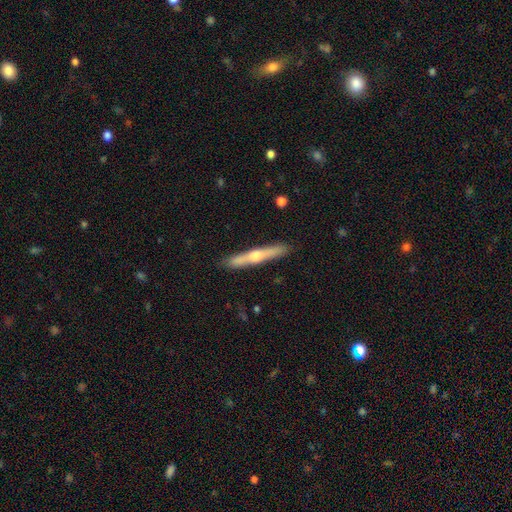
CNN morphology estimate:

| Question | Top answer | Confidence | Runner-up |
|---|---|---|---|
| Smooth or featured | featured or disk | 59% | smooth (36%) |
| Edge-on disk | yes | 96% | no (4%) |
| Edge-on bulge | rounded | 86% | none (10%) |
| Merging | none | 89% | minor disturbance (8%) |